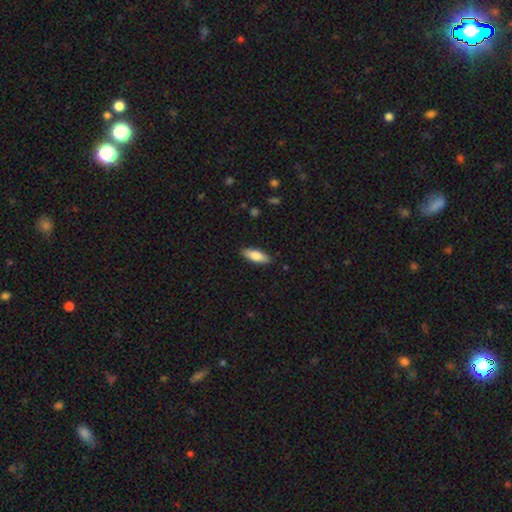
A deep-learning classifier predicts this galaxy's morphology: The model was most divided on "how rounded": in between: 64%, cigar-shaped: 34%, round: 2%. More confident: merging — none (88%); smooth or featured — smooth (82%).